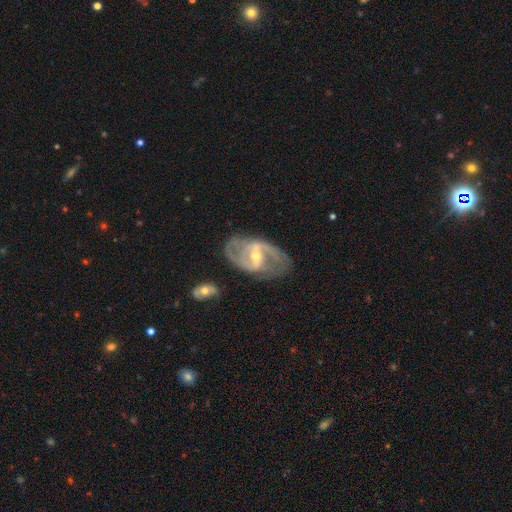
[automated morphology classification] smooth_or_featured: featured or disk (p=0.87) [alt: smooth p=0.07]
disk_edge_on: no (p=0.95) [alt: yes p=0.05]
bar: strong (p=0.45) [alt: weak p=0.41]
has_spiral_arms: yes (p=0.92) [alt: no p=0.08]
spiral_winding: medium (p=0.50) [alt: tight p=0.27]
spiral_arm_count: 2 (p=0.74) [alt: can't tell p=0.11]
bulge_size: small (p=0.50) [alt: moderate p=0.46]
merging: none (p=0.70) [alt: minor disturbance p=0.19]